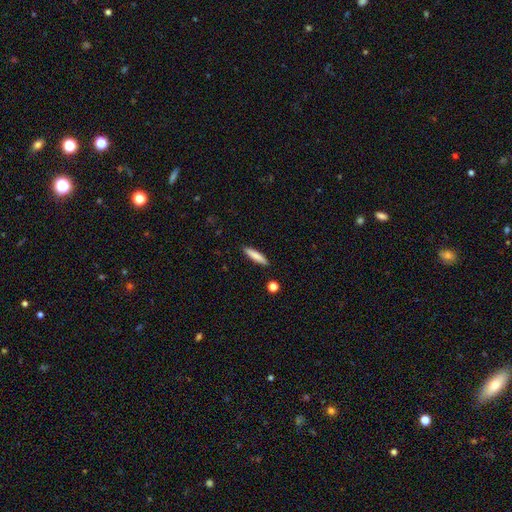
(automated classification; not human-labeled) This appears to be a smooth galaxy with no disk features (80%) that is cigar-shaped (86%). Merging: none (89%).